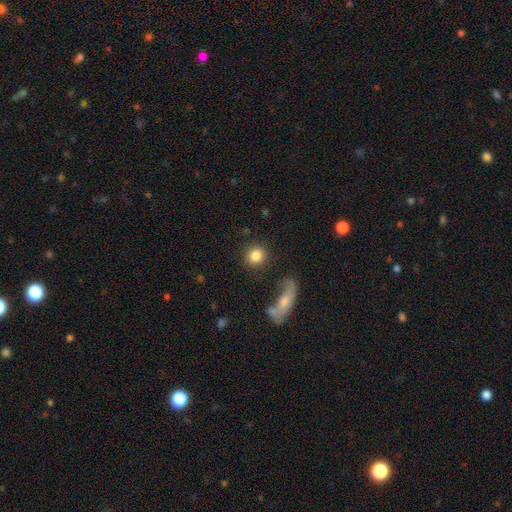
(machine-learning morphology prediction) smooth 84%, star or artifact 8%, featured or disk 7%. Down the decision tree: how rounded — round (84%); merging — none (83%).